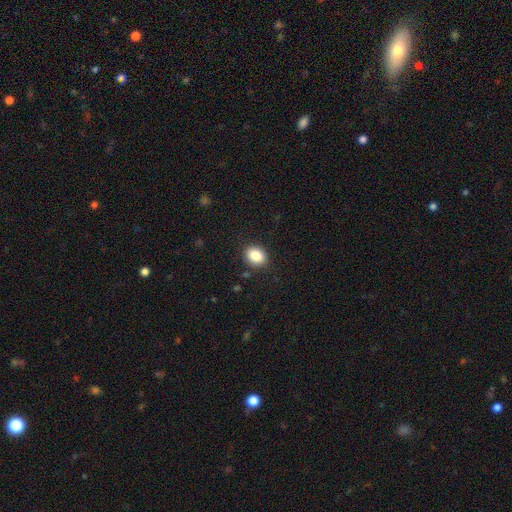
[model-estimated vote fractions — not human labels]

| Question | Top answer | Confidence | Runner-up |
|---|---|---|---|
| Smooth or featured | smooth | 86% | star or artifact (9%) |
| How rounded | in between | 52% | round (47%) |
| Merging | none | 88% | minor disturbance (8%) |